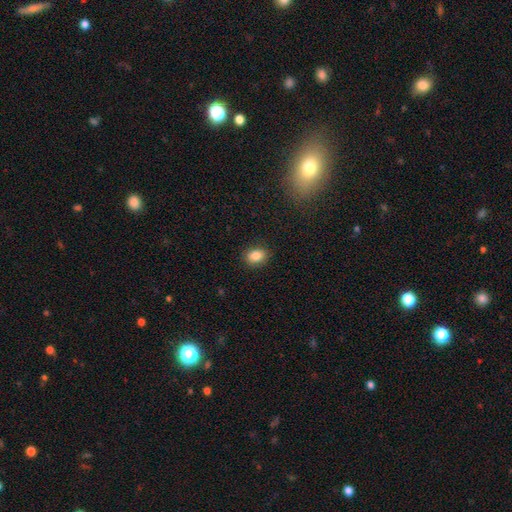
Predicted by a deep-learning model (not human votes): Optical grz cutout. It shows a smooth galaxy with no disk features (85%) that is in between round and cigar-shaped (59%). Merging: none (88%).